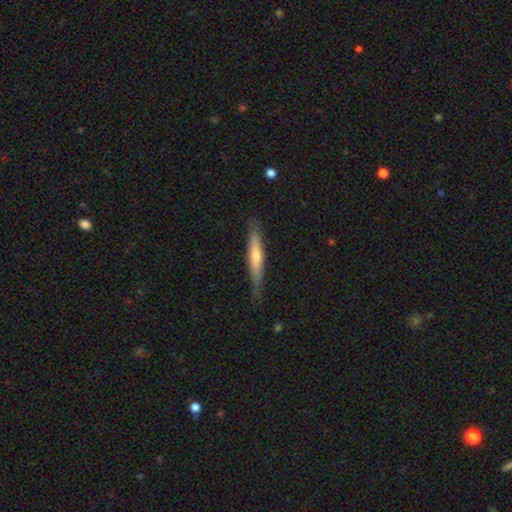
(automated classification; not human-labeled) Q: Smooth or featured?
A: featured or disk (55%); runner-up: smooth (39%)
Q: Edge-on disk?
A: yes (94%); runner-up: no (6%)
Q: Edge-on bulge?
A: rounded (69%); runner-up: none (26%)
Q: Merging?
A: none (82%); runner-up: minor disturbance (14%)